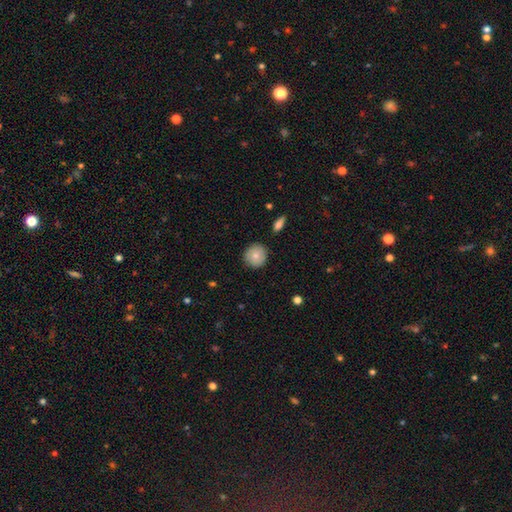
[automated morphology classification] smooth-or-featured: smooth: 77% | featured or disk: 15% | star or artifact: 8%
  how-rounded: round: 92% | in between: 7% | cigar-shaped: 1%
  merging: none: 87% | minor disturbance: 9% | major disturbance: 2% | merger: 2%